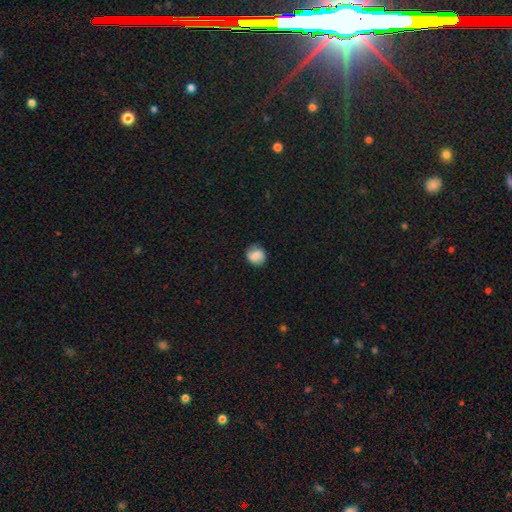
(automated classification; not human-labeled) Smooth or featured?
  - smooth: 67% *
  - featured or disk: 25%
  - star or artifact: 9%
How rounded?
  - round: 83% *
  - in between: 16%
  - cigar-shaped: 1%
Merging?
  - none: 83% *
  - minor disturbance: 13%
  - major disturbance: 3%
  - merger: 1%